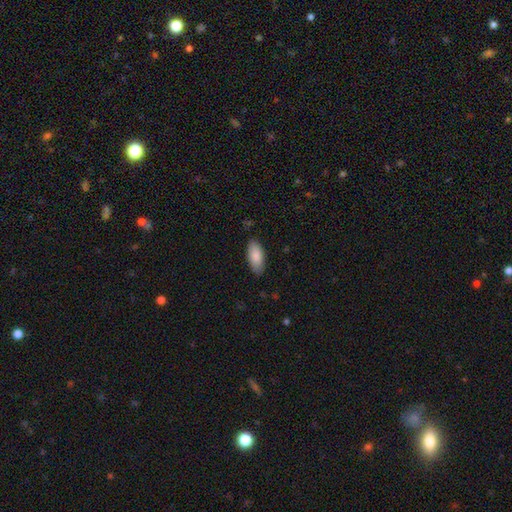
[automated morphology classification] Q: Smooth or featured?
A: smooth (87%); runner-up: featured or disk (7%)
Q: How rounded?
A: in between (88%); runner-up: cigar-shaped (11%)
Q: Merging?
A: none (84%); runner-up: minor disturbance (12%)